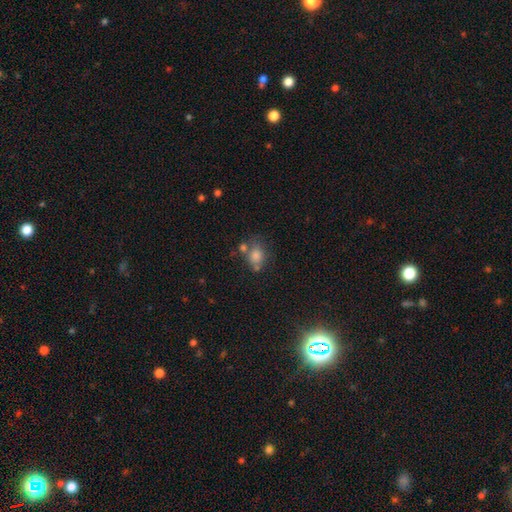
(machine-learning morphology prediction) Smooth or featured? smooth (68%)
How rounded? round (50%)
Merging? none (56%)